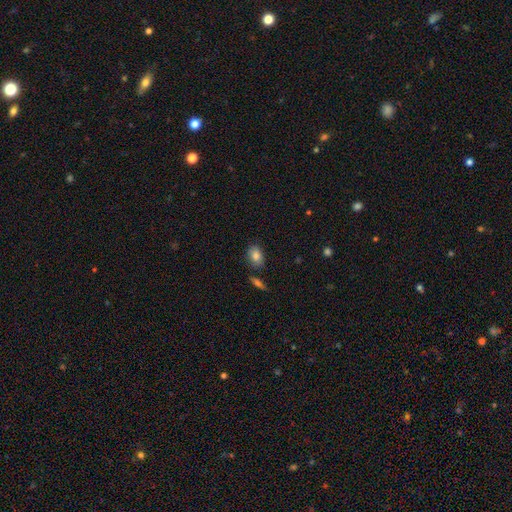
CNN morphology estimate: A smooth galaxy with no disk features (83%) that is in between round and cigar-shaped (81%).

Vote fractions:
- Smooth or featured? smooth: 83% / featured or disk: 9% / star or artifact: 8%
- How rounded? in between: 81% / round: 17% / cigar-shaped: 2%
- Merging? none: 77% / minor disturbance: 14% / merger: 6% / major disturbance: 3%